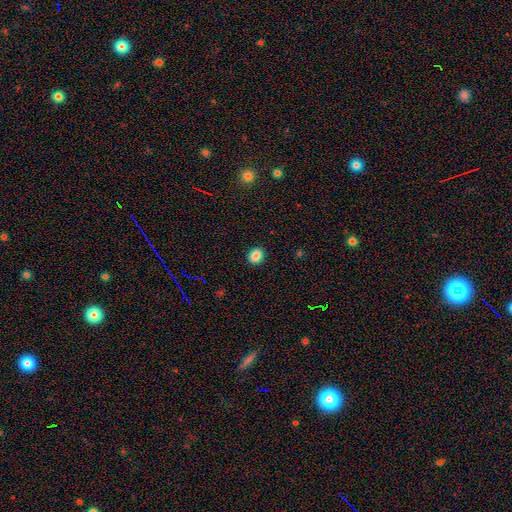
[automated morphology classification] Smooth or featured? smooth (86%)
How rounded? round (60%)
Merging? none (90%)